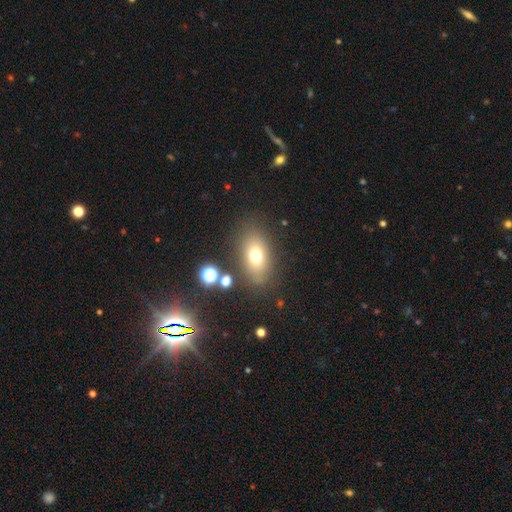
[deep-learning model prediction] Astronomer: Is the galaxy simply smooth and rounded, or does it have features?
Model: smooth — 71%.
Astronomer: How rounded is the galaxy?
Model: in between — 81%.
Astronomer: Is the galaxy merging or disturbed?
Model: none — 78%.